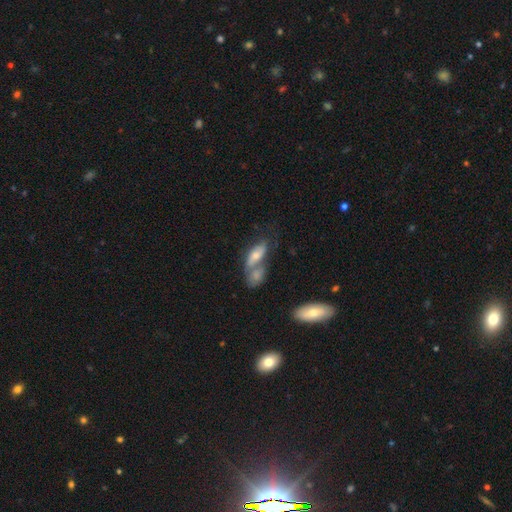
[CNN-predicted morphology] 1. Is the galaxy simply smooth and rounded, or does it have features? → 61% smooth, 31% featured or disk, 8% star or artifact.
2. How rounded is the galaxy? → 75% in between, 21% cigar-shaped, 4% round.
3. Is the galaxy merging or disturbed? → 56% merger, 25% none, 11% minor disturbance, 7% major disturbance.